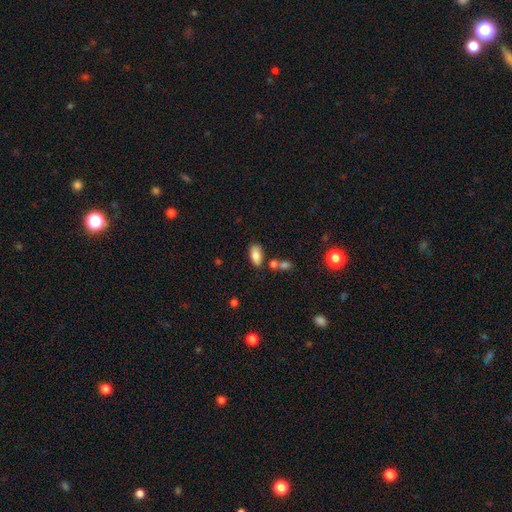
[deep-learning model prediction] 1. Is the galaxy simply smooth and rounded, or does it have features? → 85% smooth, 8% star or artifact, 7% featured or disk.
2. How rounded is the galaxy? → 93% in between, 4% round, 3% cigar-shaped.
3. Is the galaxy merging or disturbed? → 68% none, 14% minor disturbance, 13% merger, 4% major disturbance.